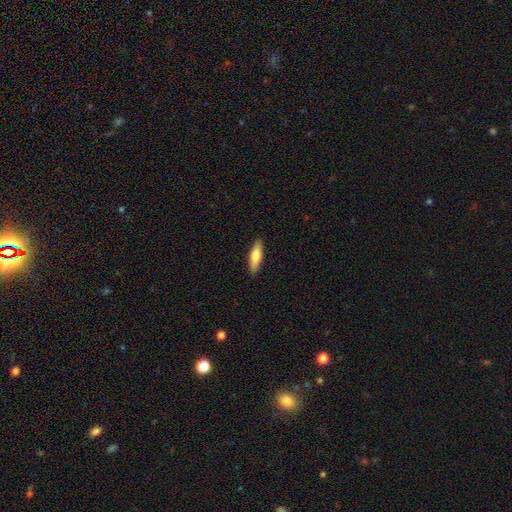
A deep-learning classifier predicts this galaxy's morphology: smooth 70%, featured or disk 25%, star or artifact 6%. Down the decision tree: how rounded — cigar-shaped (56%); merging — none (89%).